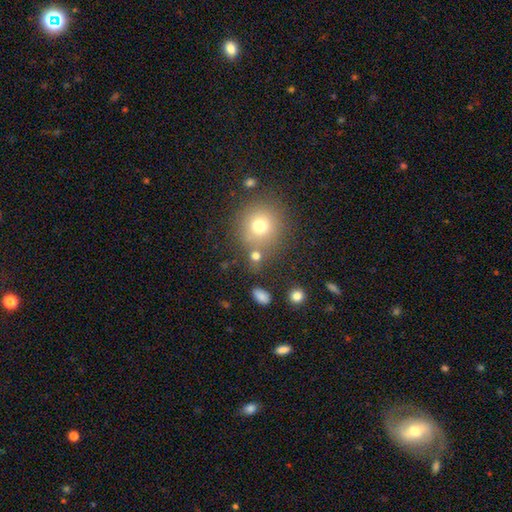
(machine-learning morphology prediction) A smooth galaxy with no disk features (72%) that is round (76%).

Vote fractions:
- Smooth or featured? smooth: 72% / star or artifact: 18% / featured or disk: 10%
- How rounded? round: 76% / in between: 22% / cigar-shaped: 2%
- Merging? none: 64% / merger: 19% / minor disturbance: 11% / major disturbance: 6%